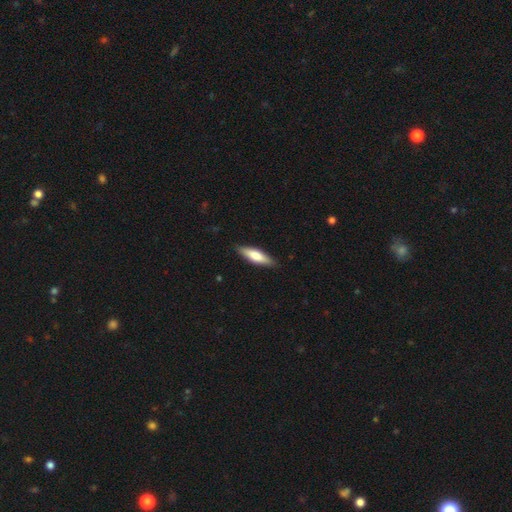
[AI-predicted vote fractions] Smooth or featured? Predicted: smooth (p=0.65). How rounded? Predicted: cigar-shaped (p=0.64). Merging? Predicted: none (p=0.88).